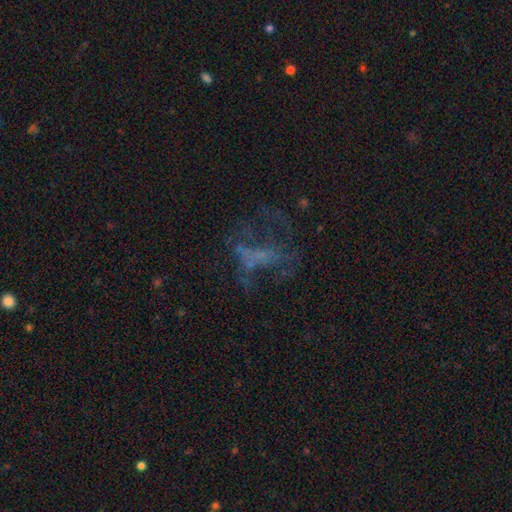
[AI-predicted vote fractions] Morphology: type=featured or disk (51%); edge-on=no (96%); merging=none (43%).